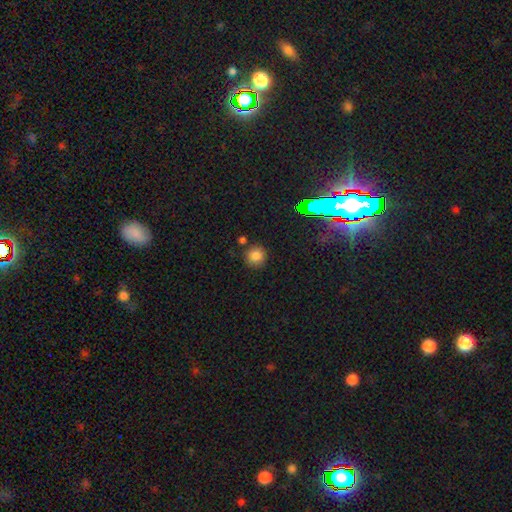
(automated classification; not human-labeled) smooth 81%, star or artifact 14%, featured or disk 5%. Down the decision tree: how rounded — round (93%); merging — none (84%).